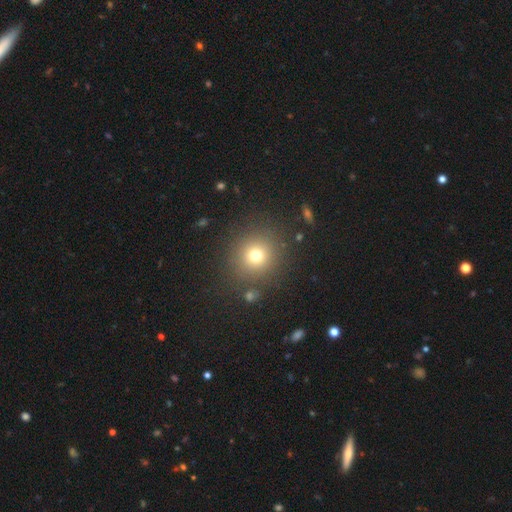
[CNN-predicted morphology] smooth-or-featured: smooth: 72% | star or artifact: 18% | featured or disk: 10%
  how-rounded: round: 92% | in between: 7% | cigar-shaped: 1%
  merging: none: 86% | minor disturbance: 7% | major disturbance: 4% | merger: 3%